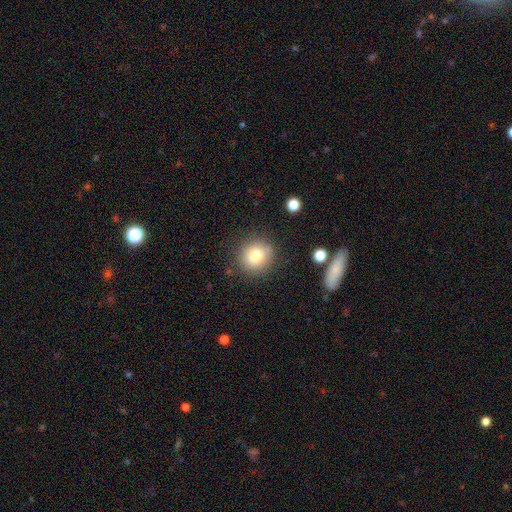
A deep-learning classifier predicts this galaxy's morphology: A smooth galaxy with no disk features (79%) that is round (87%).

Vote fractions:
- Smooth or featured? smooth: 79% / star or artifact: 11% / featured or disk: 10%
- How rounded? round: 87% / in between: 12% / cigar-shaped: 1%
- Merging? none: 84% / minor disturbance: 10% / major disturbance: 4% / merger: 2%